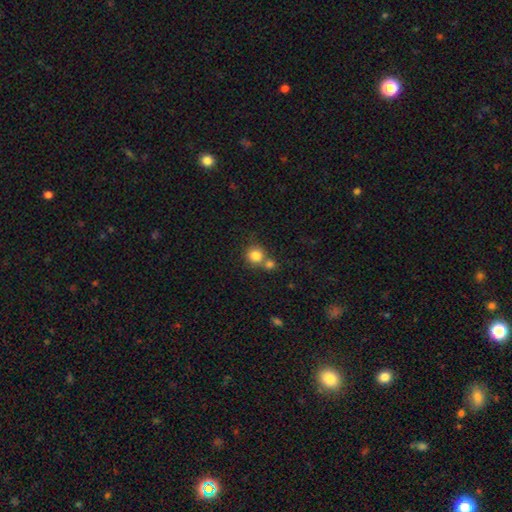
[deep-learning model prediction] smooth_or_featured: smooth (p=0.82) [alt: star or artifact p=0.10]
how_rounded: round (p=0.91) [alt: in between p=0.08]
merging: none (p=0.55) [alt: merger p=0.35]